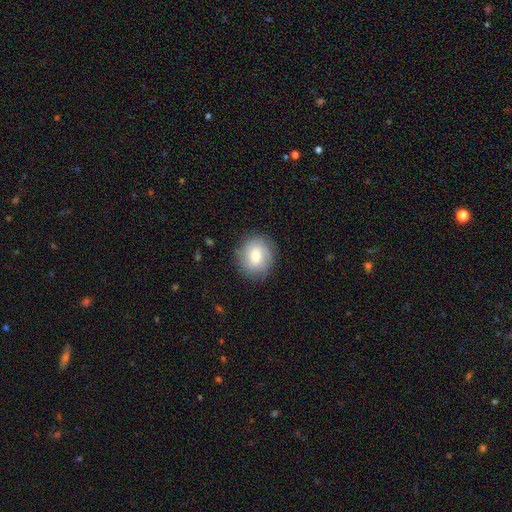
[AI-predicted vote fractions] Overall: smooth (65%; featured or disk 27%). How rounded: round (84%). Merging: none (85%).